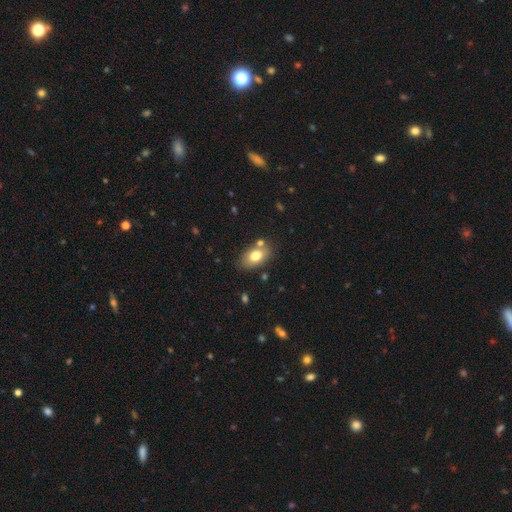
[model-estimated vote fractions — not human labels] Smooth or featured: smooth — 76% (featured or disk — 16%)
How rounded: in between — 87% (round — 11%)
Merging: none — 72% (minor disturbance — 14%)